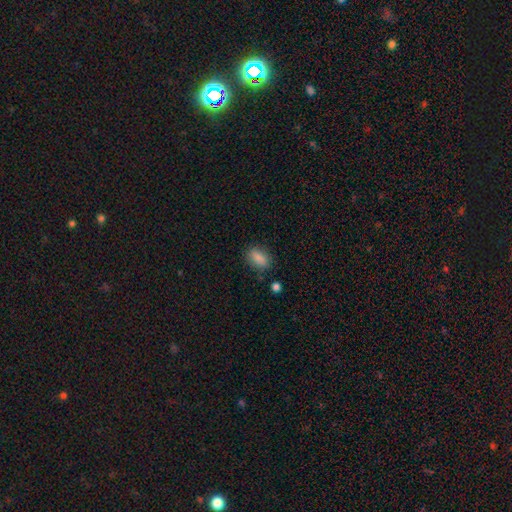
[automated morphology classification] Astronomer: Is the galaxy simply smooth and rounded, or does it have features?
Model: smooth — 85%.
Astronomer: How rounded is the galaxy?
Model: in between — 83%.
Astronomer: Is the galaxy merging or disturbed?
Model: none — 84%.